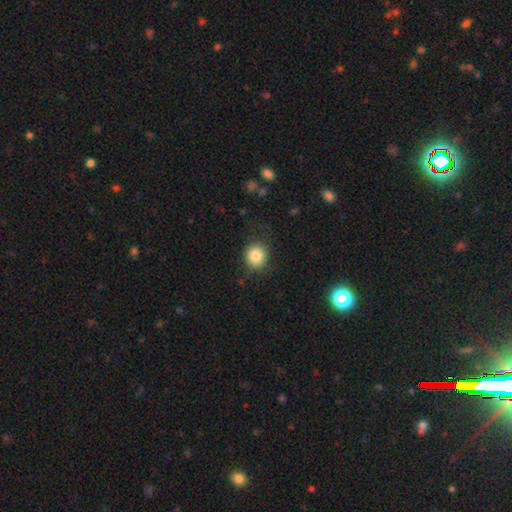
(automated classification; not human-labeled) A smooth galaxy with no disk features (83%) that is round (83%).

Vote fractions:
- Smooth or featured? smooth: 83% / star or artifact: 10% / featured or disk: 7%
- How rounded? round: 83% / in between: 16% / cigar-shaped: 1%
- Merging? none: 82% / minor disturbance: 13% / major disturbance: 4% / merger: 1%